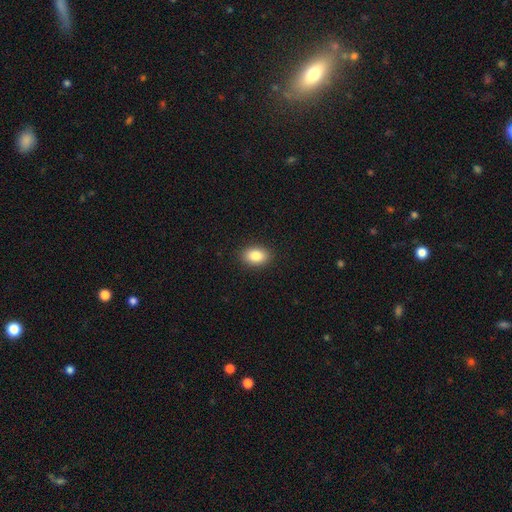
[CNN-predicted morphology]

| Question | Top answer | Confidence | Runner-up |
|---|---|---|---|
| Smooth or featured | smooth | 85% | star or artifact (8%) |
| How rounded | in between | 83% | round (15%) |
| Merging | none | 90% | minor disturbance (7%) |